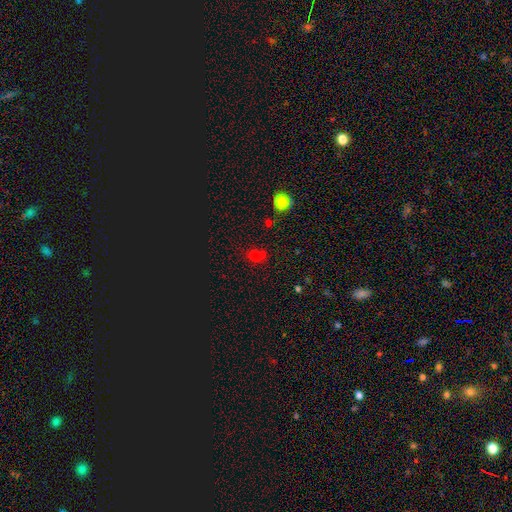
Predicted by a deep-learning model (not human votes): The model was most divided on "how rounded": round: 53%, in between: 45%, cigar-shaped: 2%. More confident: smooth or featured — smooth (65%); merging — none (64%).